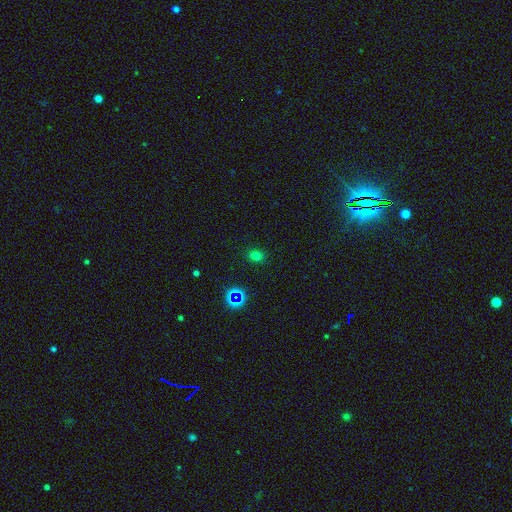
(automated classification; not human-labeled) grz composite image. It shows a smooth galaxy with no disk features (73%) that is round (54%). Merging: none (86%).